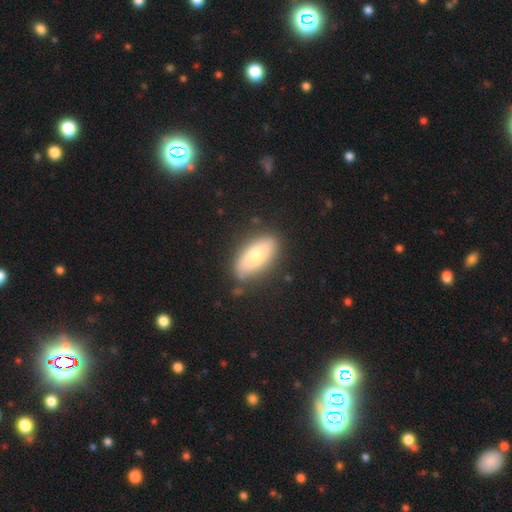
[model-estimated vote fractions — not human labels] Smooth or featured? smooth (73%)
How rounded? in between (82%)
Merging? none (81%)